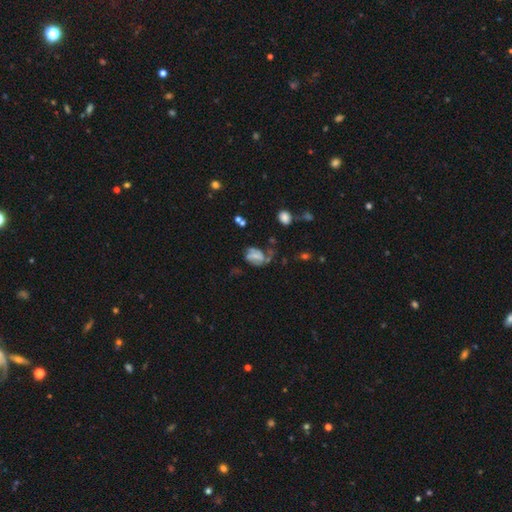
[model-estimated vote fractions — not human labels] A featured or disk galaxy (58%) with no bar (46%), spiral arms (77%) and a small central bulge (46%). Merging: none (37%).